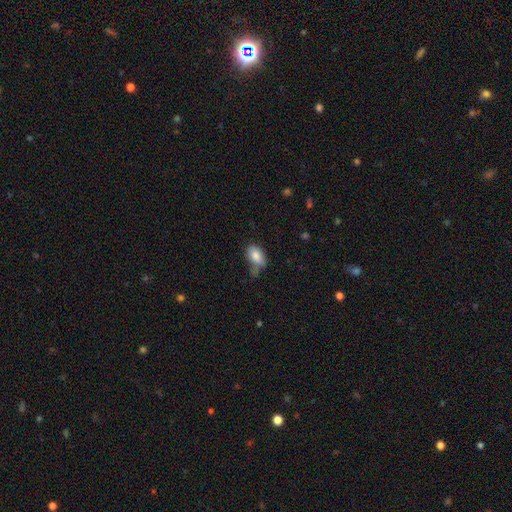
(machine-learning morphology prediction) This is clearly a smooth galaxy (82%). How rounded: clearly in between (88%). Merging: possibly none (45%).